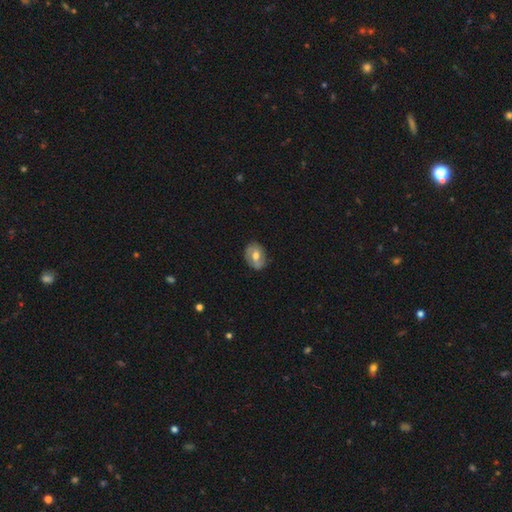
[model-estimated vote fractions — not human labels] Smooth or featured? smooth (49%)
Merging? none (79%)